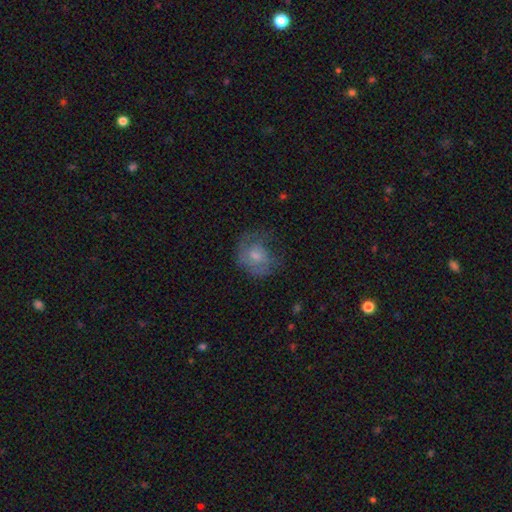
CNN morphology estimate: A featured or disk galaxy (47%). Merging: none (55%).